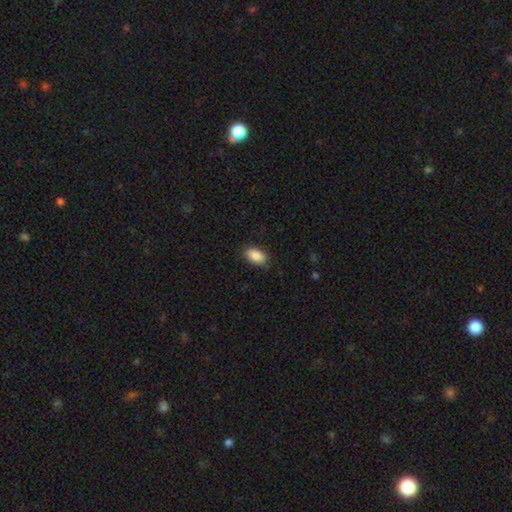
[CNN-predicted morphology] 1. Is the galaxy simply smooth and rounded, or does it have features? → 89% smooth, 7% star or artifact, 5% featured or disk.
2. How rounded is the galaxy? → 93% in between, 4% round, 3% cigar-shaped.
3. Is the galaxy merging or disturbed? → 86% none, 10% minor disturbance, 2% major disturbance, 1% merger.